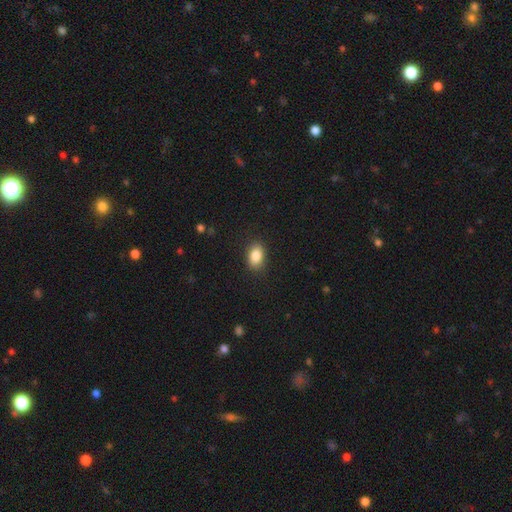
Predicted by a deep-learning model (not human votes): Smooth or featured?
  - smooth: 86% *
  - star or artifact: 8%
  - featured or disk: 6%
How rounded?
  - in between: 83% *
  - round: 16%
  - cigar-shaped: 1%
Merging?
  - none: 86% *
  - minor disturbance: 10%
  - major disturbance: 3%
  - merger: 1%